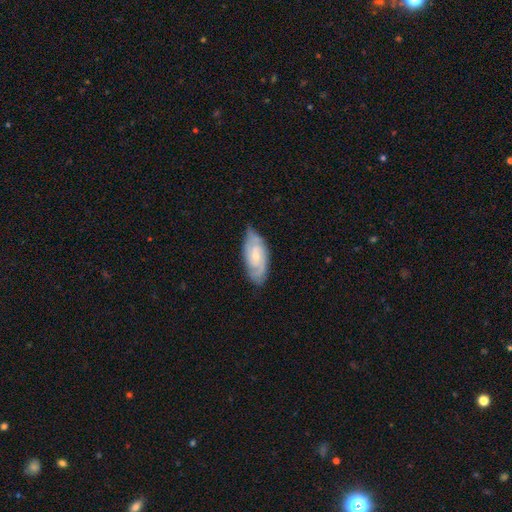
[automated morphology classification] Smooth or featured? Predicted: featured or disk (p=0.76). Edge-on disk? Predicted: no (p=0.93). Bar? Predicted: no (p=0.55). Spiral arms? Predicted: yes (p=0.94). Spiral winding? Predicted: tight (p=0.51). Spiral arm count? Predicted: 2 (p=0.58). Bulge size? Predicted: small (p=0.57). Merging? Predicted: none (p=0.72).